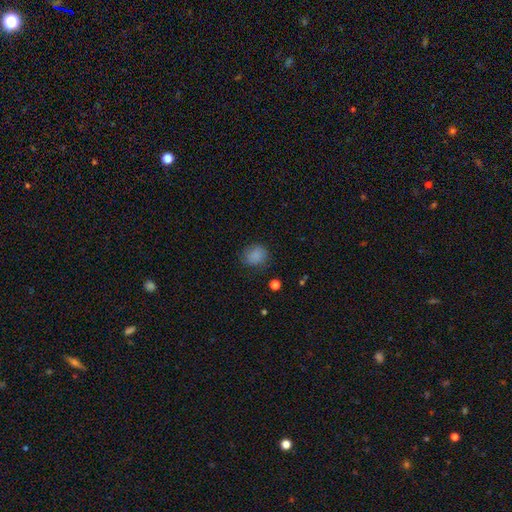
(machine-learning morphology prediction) A smooth galaxy with no disk features (84%) that is round (76%).

Vote fractions:
- Smooth or featured? smooth: 84% / star or artifact: 10% / featured or disk: 6%
- How rounded? round: 76% / in between: 23% / cigar-shaped: 1%
- Merging? none: 75% / minor disturbance: 18% / major disturbance: 5% / merger: 1%